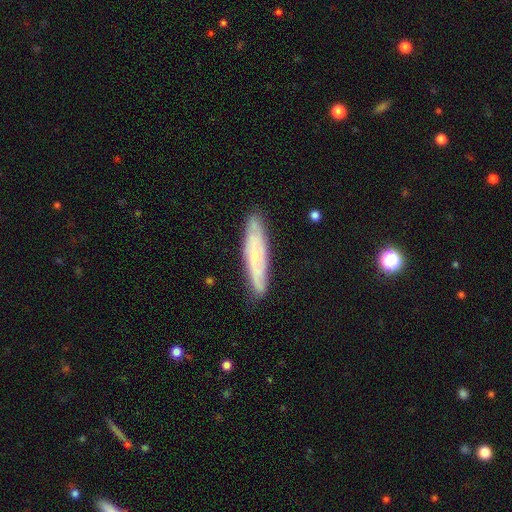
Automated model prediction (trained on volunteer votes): Morphology: type=featured or disk (57%); edge-on=no (57%); merging=none (83%).